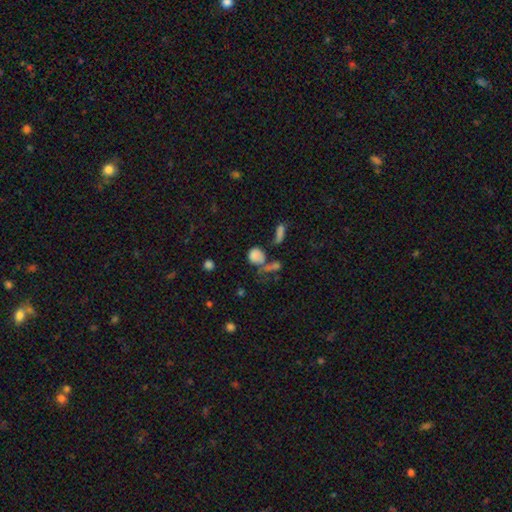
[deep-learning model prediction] This appears to be a smooth galaxy with no disk features (76%) that is round (73%). Merging: none (39%).